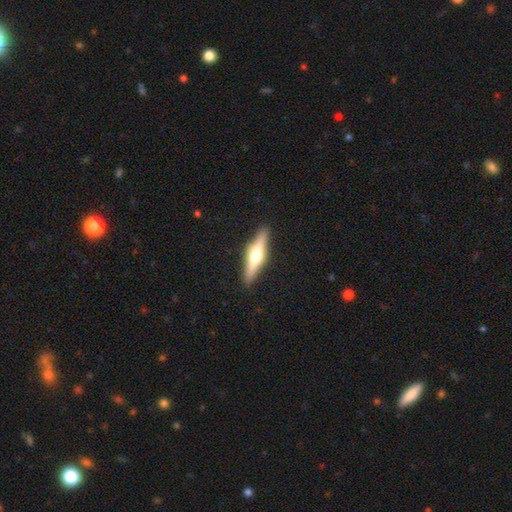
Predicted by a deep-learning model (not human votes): Smooth or featured?
  - featured or disk: 58% *
  - smooth: 36%
  - star or artifact: 6%
Edge-on disk?
  - yes: 95% *
  - no: 5%
Edge-on bulge?
  - rounded: 93% *
  - boxy: 4%
  - none: 3%
Merging?
  - none: 89% *
  - minor disturbance: 8%
  - major disturbance: 2%
  - merger: 1%